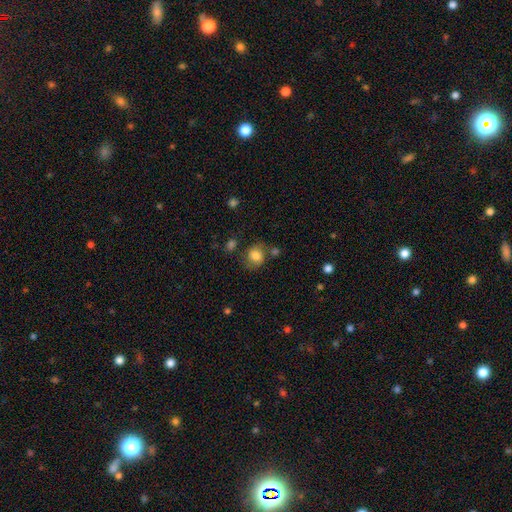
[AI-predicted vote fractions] Smooth or featured? Predicted: smooth (p=0.79). How rounded? Predicted: round (p=0.70). Merging? Predicted: none (p=0.67).